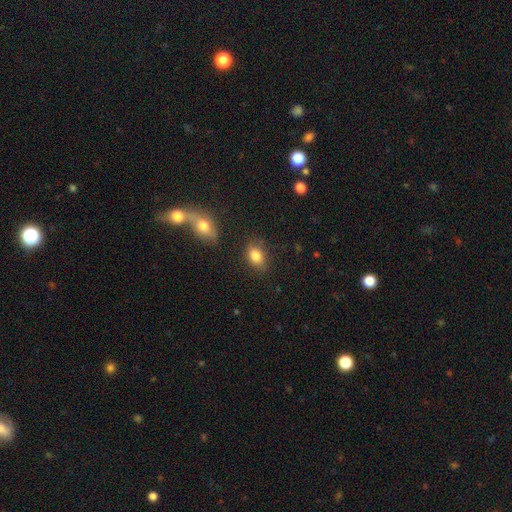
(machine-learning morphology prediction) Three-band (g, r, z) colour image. It shows a smooth galaxy with no disk features (83%) that is in between round and cigar-shaped (78%). Merging: none (79%).